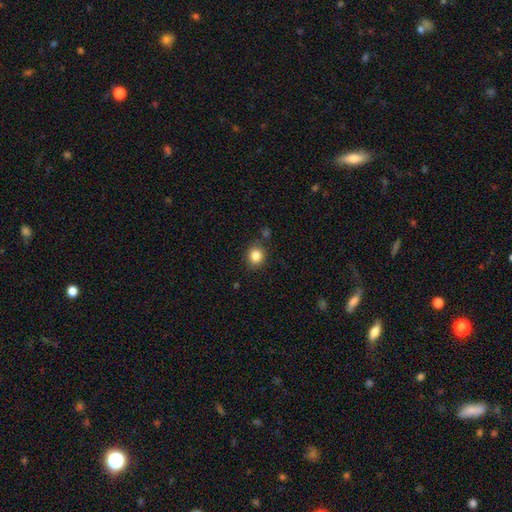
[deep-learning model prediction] Smooth or featured? smooth (84%)
How rounded? round (82%)
Merging? none (85%)